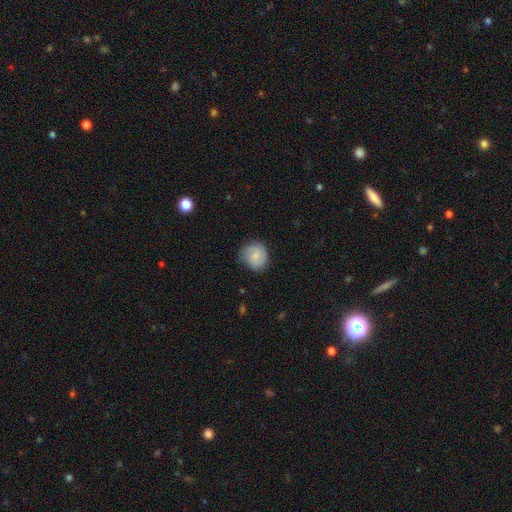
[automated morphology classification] The model was most divided on "smooth or featured": smooth: 59%, featured or disk: 34%, star or artifact: 7%. More confident: how rounded — round (81%); merging — none (71%).